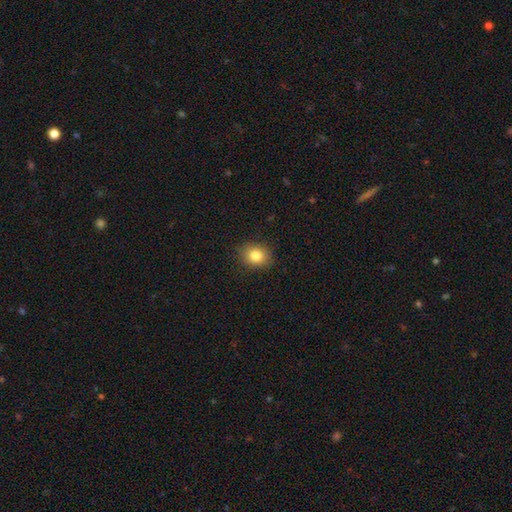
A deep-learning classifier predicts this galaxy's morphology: smooth_or_featured: smooth (p=0.82) [alt: star or artifact p=0.10]
how_rounded: round (p=0.54) [alt: in between p=0.45]
merging: none (p=0.88) [alt: minor disturbance p=0.08]